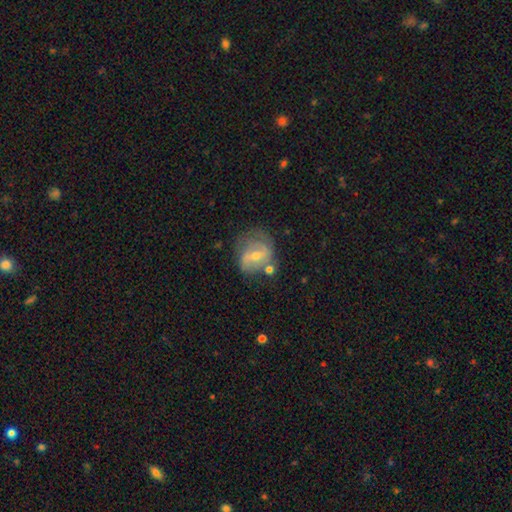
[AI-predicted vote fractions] Smooth or featured? Predicted: featured or disk (p=0.63). Edge-on disk? Predicted: no (p=0.96). Bar? Predicted: weak (p=0.46). Spiral arms? Predicted: yes (p=0.68). Bulge size? Predicted: moderate (p=0.48). Merging? Predicted: none (p=0.45).